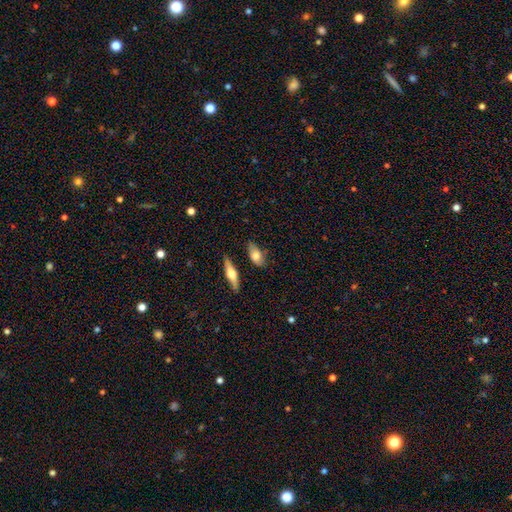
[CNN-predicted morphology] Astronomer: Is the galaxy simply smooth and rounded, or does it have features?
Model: smooth — 62%.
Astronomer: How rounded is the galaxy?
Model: in between — 81%.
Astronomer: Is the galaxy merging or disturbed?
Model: none — 70%.